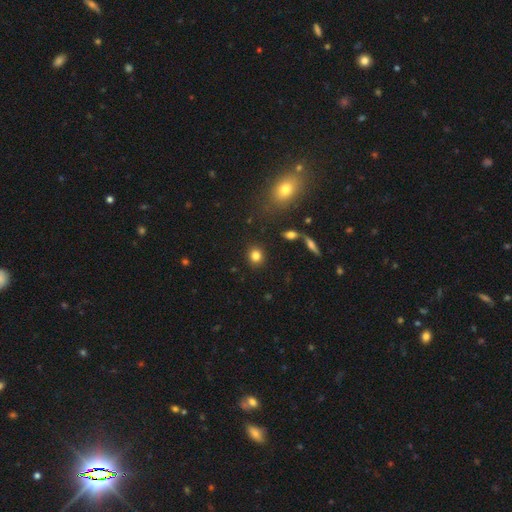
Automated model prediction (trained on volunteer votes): smooth-or-featured: smooth: 83% | star or artifact: 11% | featured or disk: 7%
  how-rounded: round: 78% | in between: 20% | cigar-shaped: 1%
  merging: none: 89% | minor disturbance: 6% | merger: 2% | major disturbance: 2%